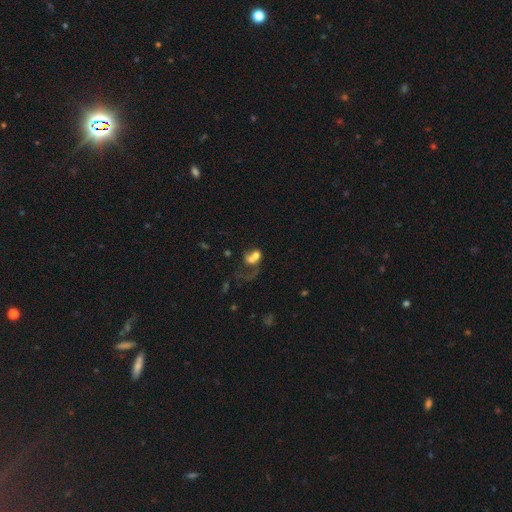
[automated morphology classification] This is possibly a smooth galaxy (46%). Merging: likely merger (63%).